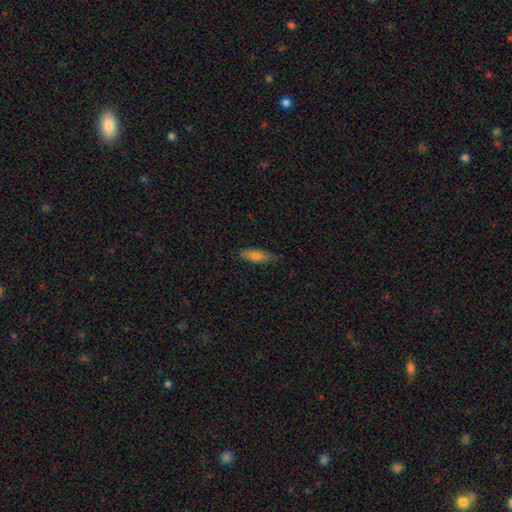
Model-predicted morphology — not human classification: This is likely a smooth galaxy (77%). How rounded: possibly in between (55%). Merging: likely none (80%).